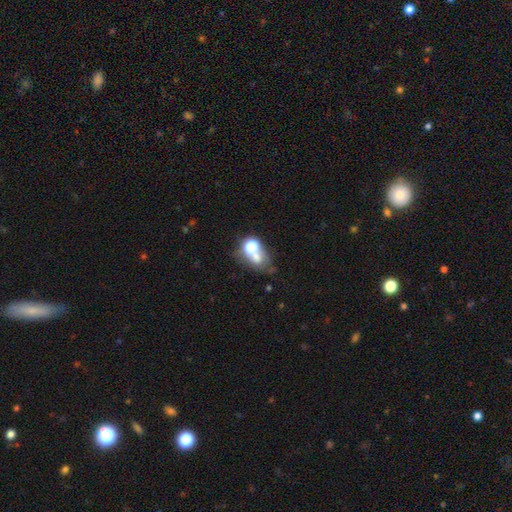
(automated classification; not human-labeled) Smooth or featured? Predicted: smooth (p=0.55). How rounded? Predicted: in between (p=0.51). Merging? Predicted: merger (p=0.49).